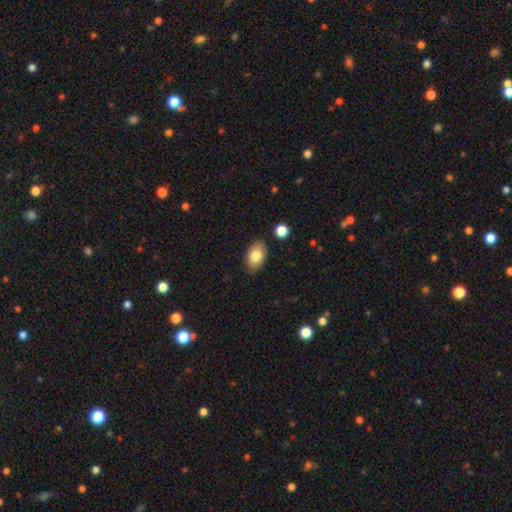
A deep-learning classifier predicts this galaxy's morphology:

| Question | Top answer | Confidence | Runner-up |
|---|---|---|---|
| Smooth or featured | smooth | 82% | featured or disk (11%) |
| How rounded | in between | 91% | round (7%) |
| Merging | none | 86% | minor disturbance (10%) |